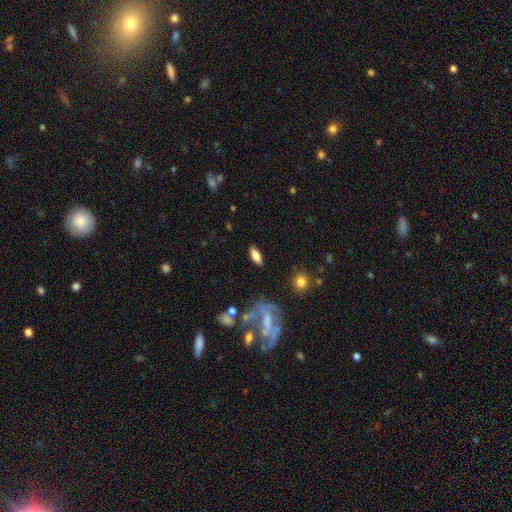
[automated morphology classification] Smooth or featured: smooth — 71% (featured or disk — 21%)
How rounded: in between — 76% (cigar-shaped — 21%)
Merging: none — 85% (minor disturbance — 10%)